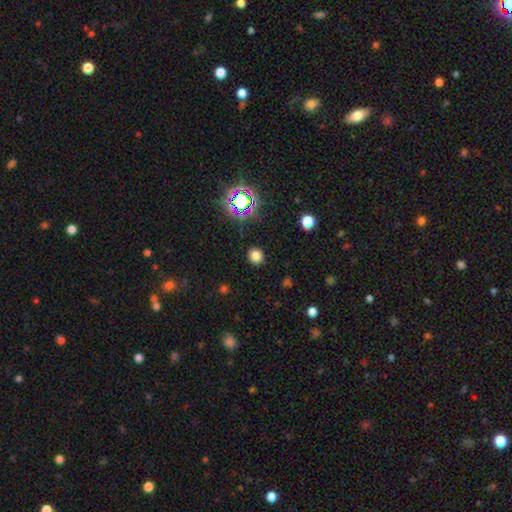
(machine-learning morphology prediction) A smooth galaxy with no disk features (77%) that is round (80%).

Vote fractions:
- Smooth or featured? smooth: 77% / star or artifact: 17% / featured or disk: 5%
- How rounded? round: 80% / in between: 19% / cigar-shaped: 1%
- Merging? none: 89% / minor disturbance: 7% / major disturbance: 3% / merger: 1%